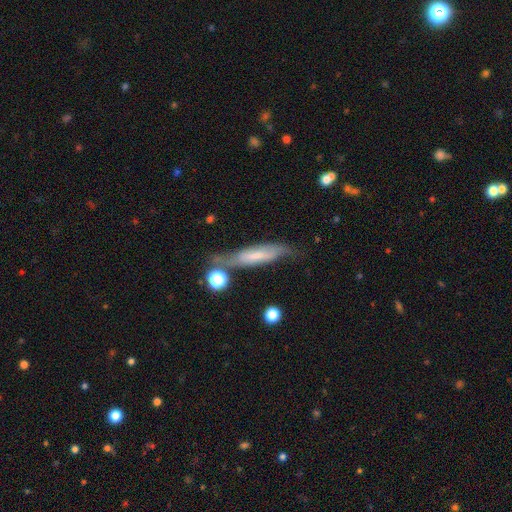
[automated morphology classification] featured or disk 51%, smooth 41%, star or artifact 8%. Down the decision tree: edge-on disk — yes (55%); merging — none (54%).